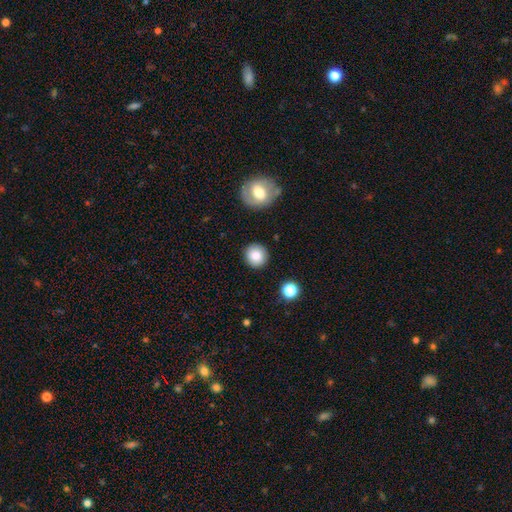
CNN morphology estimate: smooth-or-featured: smooth: 84% | star or artifact: 9% | featured or disk: 8%
  how-rounded: round: 92% | in between: 8% | cigar-shaped: 1%
  merging: none: 89% | minor disturbance: 7% | major disturbance: 2% | merger: 2%